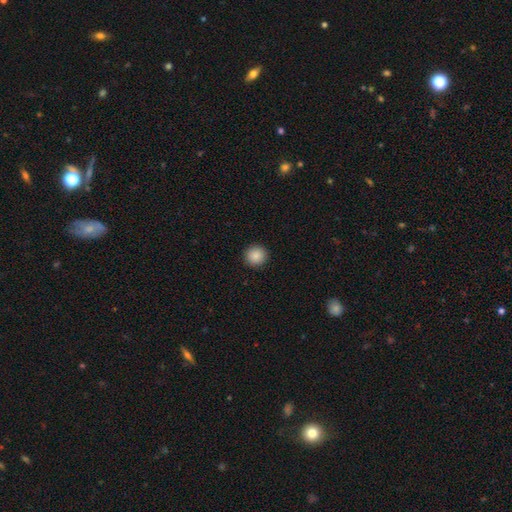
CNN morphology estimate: Overall: smooth (88%). How rounded: round (95%). Merging: none (93%).